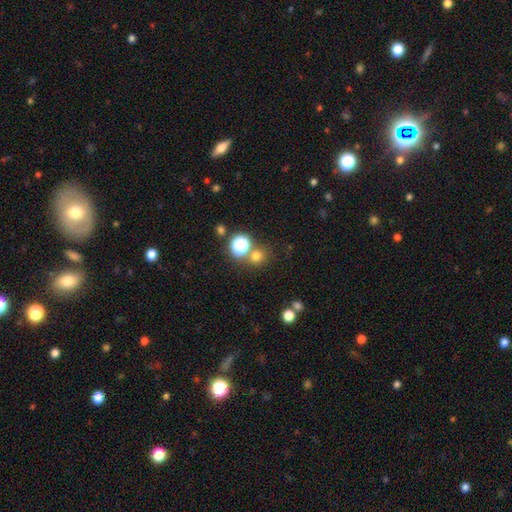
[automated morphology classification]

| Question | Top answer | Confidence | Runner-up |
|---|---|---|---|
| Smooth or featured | smooth | 69% | star or artifact (24%) |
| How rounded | round | 86% | in between (13%) |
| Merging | none | 71% | merger (18%) |